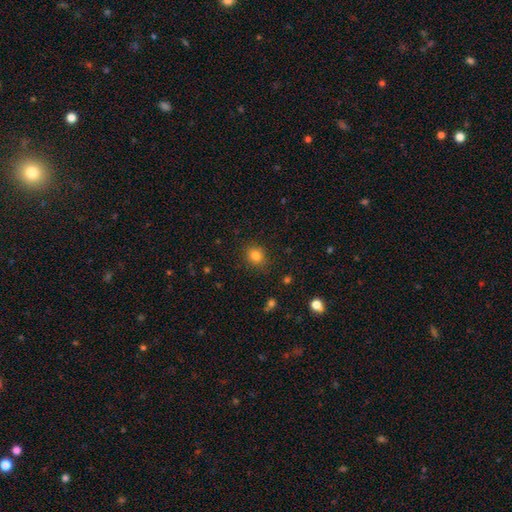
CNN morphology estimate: Smooth or featured: smooth — 82% (star or artifact — 12%)
How rounded: round — 76% (in between — 23%)
Merging: none — 87% (minor disturbance — 9%)